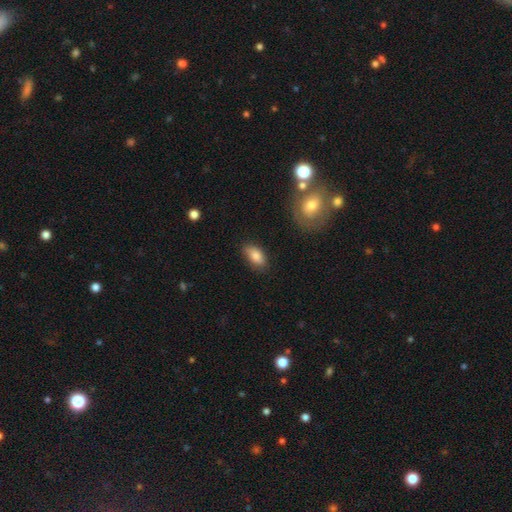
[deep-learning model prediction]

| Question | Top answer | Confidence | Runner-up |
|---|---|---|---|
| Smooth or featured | smooth | 83% | featured or disk (9%) |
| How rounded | in between | 90% | round (5%) |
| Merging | none | 77% | minor disturbance (18%) |